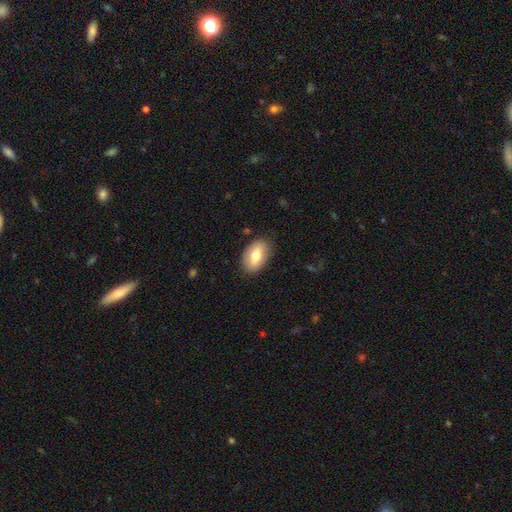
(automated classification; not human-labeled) A smooth galaxy with no disk features (71%) that is in between round and cigar-shaped (90%). Merging: none (83%).